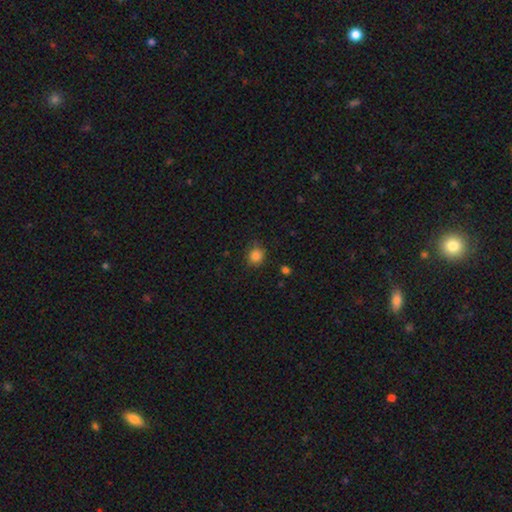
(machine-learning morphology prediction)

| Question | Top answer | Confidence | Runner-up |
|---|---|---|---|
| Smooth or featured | smooth | 84% | star or artifact (11%) |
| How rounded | round | 84% | in between (15%) |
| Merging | none | 81% | minor disturbance (14%) |